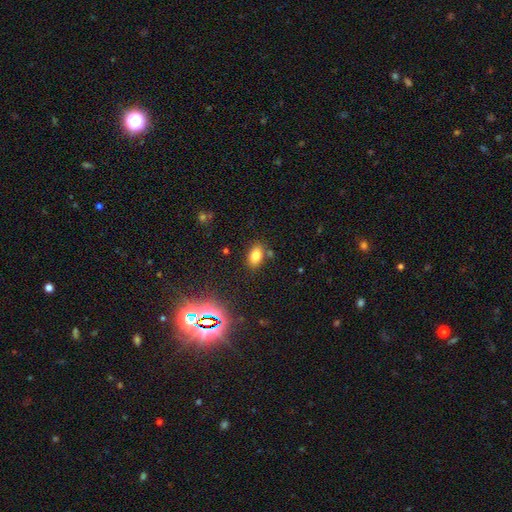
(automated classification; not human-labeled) smooth_or_featured: smooth (p=0.78) [alt: star or artifact p=0.13]
how_rounded: in between (p=0.88) [alt: round p=0.09]
merging: none (p=0.78) [alt: minor disturbance p=0.12]